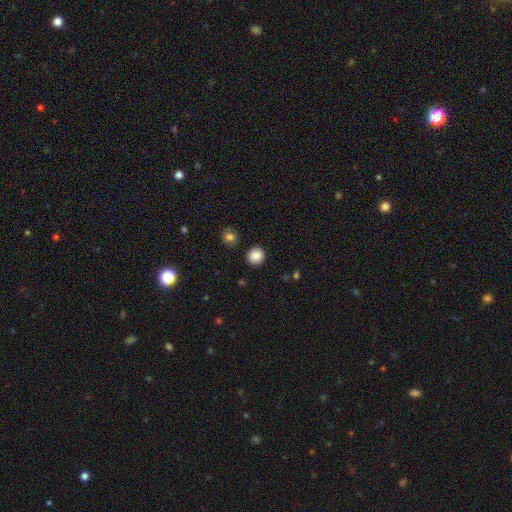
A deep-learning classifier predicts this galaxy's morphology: This appears to be a smooth galaxy with no disk features (87%) that is round (86%). Merging: none (89%).